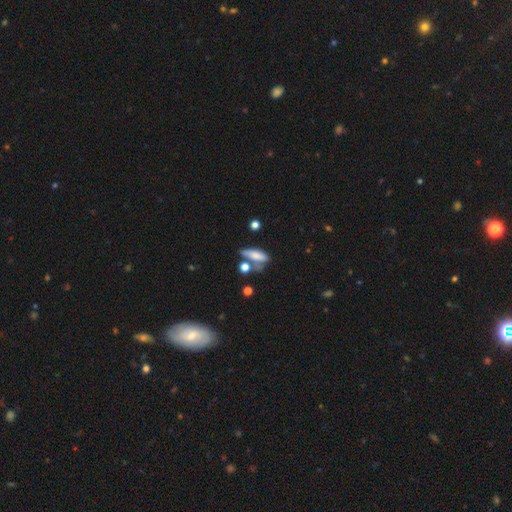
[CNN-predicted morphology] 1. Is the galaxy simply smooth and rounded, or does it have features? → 67% smooth, 23% featured or disk, 10% star or artifact.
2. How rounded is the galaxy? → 59% in between, 35% cigar-shaped, 6% round.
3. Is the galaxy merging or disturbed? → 42% none, 22% merger, 22% minor disturbance, 13% major disturbance.